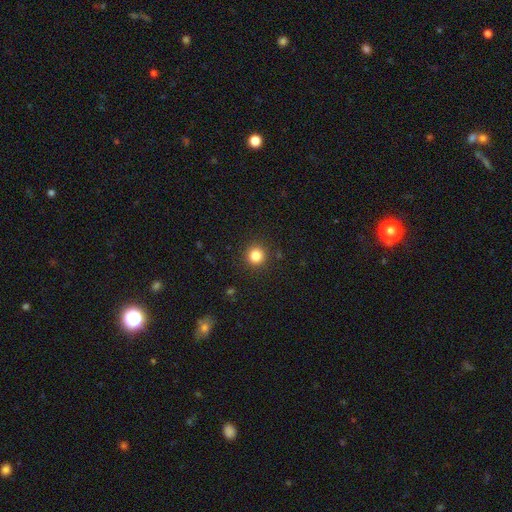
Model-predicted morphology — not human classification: type=smooth (83%); roundness=round (94%); merging=none (91%).